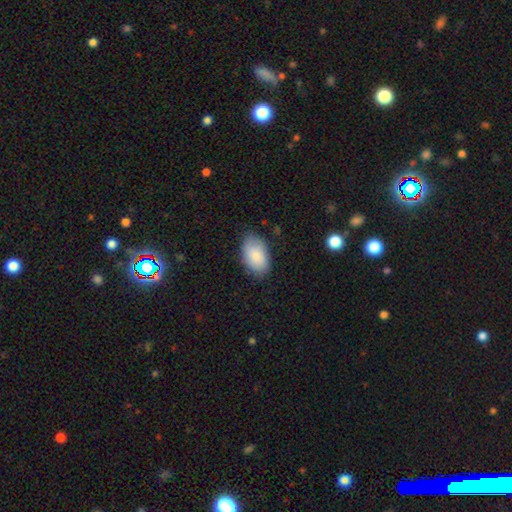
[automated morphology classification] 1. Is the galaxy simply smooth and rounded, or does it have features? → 86% smooth, 8% featured or disk, 6% star or artifact.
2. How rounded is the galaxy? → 94% in between, 5% round, 1% cigar-shaped.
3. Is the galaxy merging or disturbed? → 78% none, 18% minor disturbance, 3% major disturbance, 1% merger.